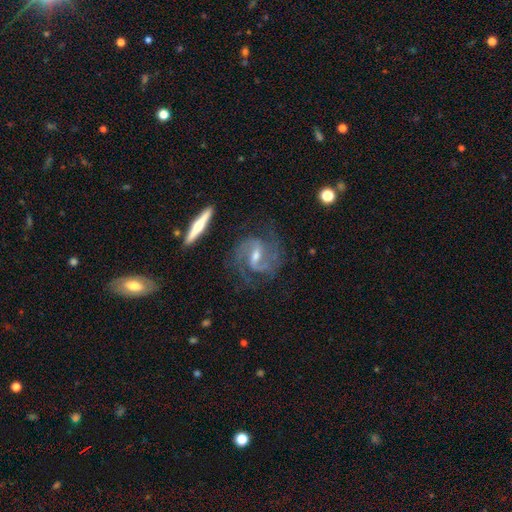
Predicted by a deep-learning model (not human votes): smooth-or-featured: featured or disk: 91% | star or artifact: 5% | smooth: 4%
  disk-edge-on: no: 95% | yes: 5%
    bar: strong: 44% (tied) | weak: 44% (tied) | no: 11%
    has-spiral-arms: yes: 98% | no: 2%
      spiral-winding: medium: 60% | tight: 23% | loose: 18%
      spiral-arm-count: 2: 89% | 3: 4% | can't tell: 3% | 1: 1% | 4: 1% | more than 4: 1%
    bulge-size: moderate: 50% | small: 43% | large: 3% | none: 3% | dominant: 1%
  merging: none: 75% | minor disturbance: 15% | major disturbance: 8% | merger: 2%